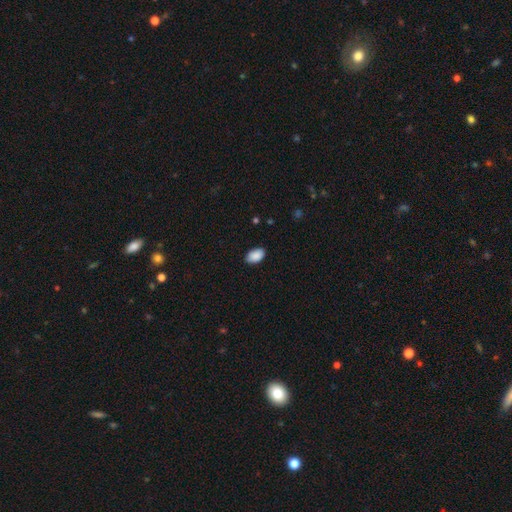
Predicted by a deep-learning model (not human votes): A smooth galaxy with no disk features (90%) that is in between round and cigar-shaped (93%).

Vote fractions:
- Smooth or featured? smooth: 90% / star or artifact: 7% / featured or disk: 3%
- How rounded? in between: 93% / round: 6% / cigar-shaped: 1%
- Merging? none: 86% / minor disturbance: 11% / major disturbance: 2% / merger: 1%